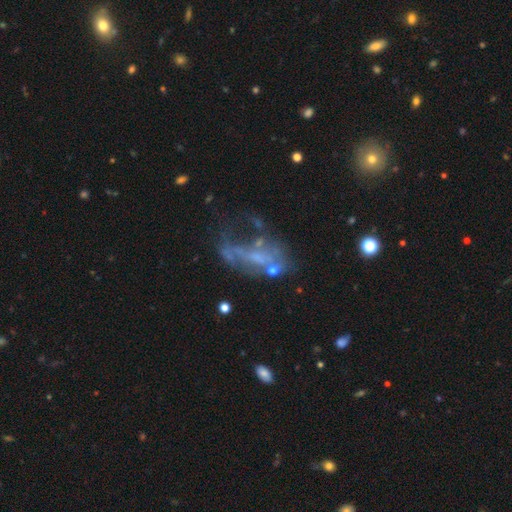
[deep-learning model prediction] The model was most divided on "merging": major disturbance: 38%, none: 30%, minor disturbance: 19%, merger: 14%. More confident: edge-on disk — no (93%); spiral arms — no (75%); bar — no (69%); smooth or featured — featured or disk (62%); bulge size — none (54%).